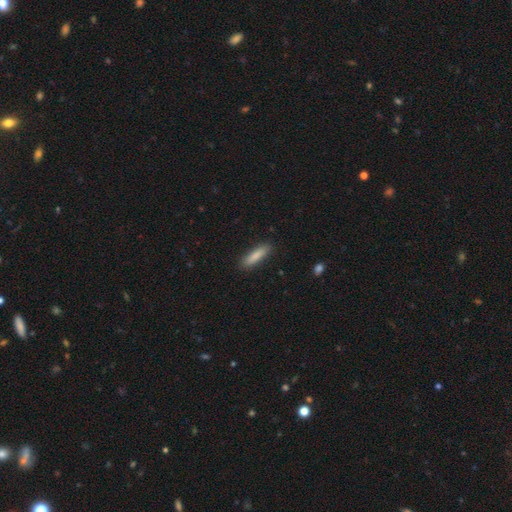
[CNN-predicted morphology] Overall: smooth (85%). How rounded: cigar-shaped (72%). Merging: none (88%).